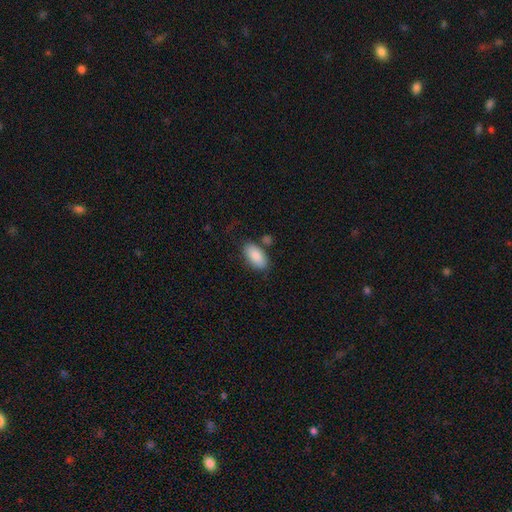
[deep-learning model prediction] smooth 87%, featured or disk 7%, star or artifact 6%. Down the decision tree: how rounded — in between (93%); merging — none (74%).